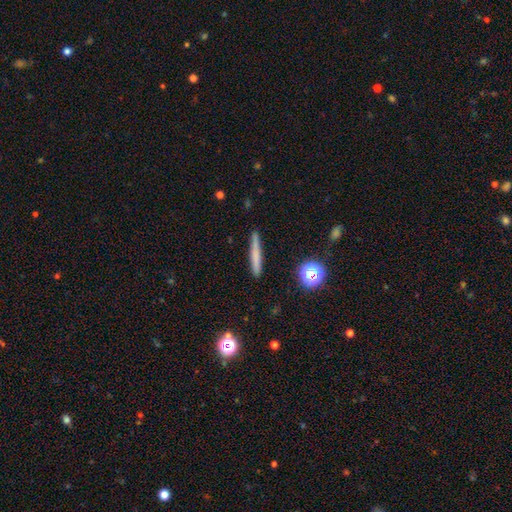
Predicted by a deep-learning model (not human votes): The model was most divided on "smooth or featured": smooth: 65%, featured or disk: 25%, star or artifact: 10%. More confident: how rounded — cigar-shaped (94%); merging — none (88%).